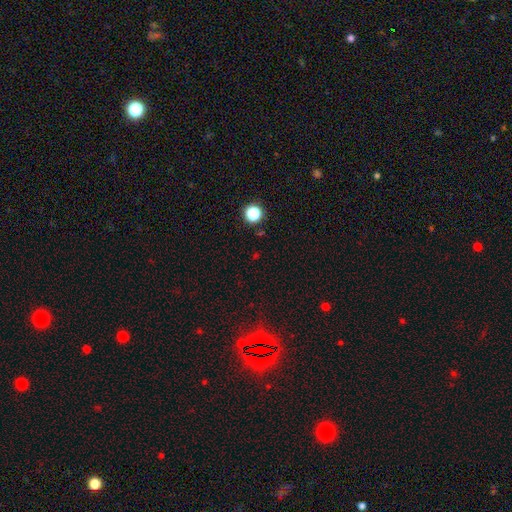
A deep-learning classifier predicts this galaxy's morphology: Smooth or featured?
  - star or artifact: 57% *
  - smooth: 37%
  - featured or disk: 6%